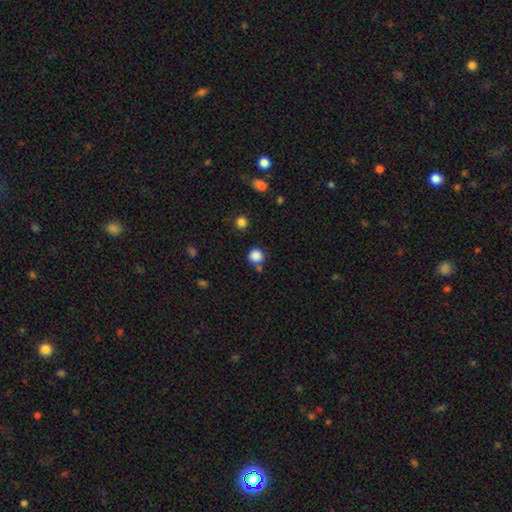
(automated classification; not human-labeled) A smooth galaxy with no disk features (85%) that is round (90%).

Vote fractions:
- Smooth or featured? smooth: 85% / star or artifact: 11% / featured or disk: 4%
- How rounded? round: 90% / in between: 9% / cigar-shaped: 1%
- Merging? none: 72% / minor disturbance: 12% / merger: 12% / major disturbance: 4%